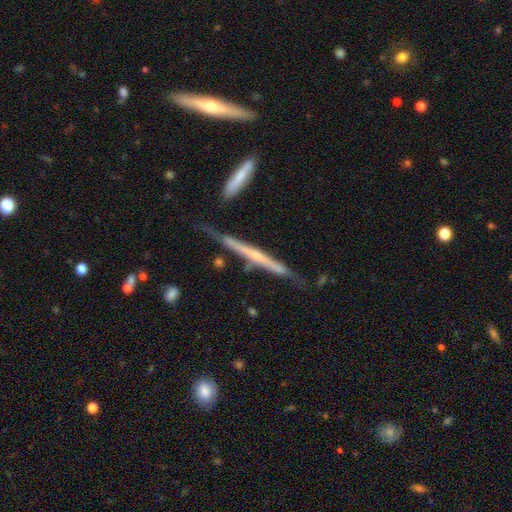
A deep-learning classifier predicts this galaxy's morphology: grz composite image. It shows a featured or disk galaxy (69%) viewed edge-on (96%) with no central bulge (60%). Merging: none (73%).